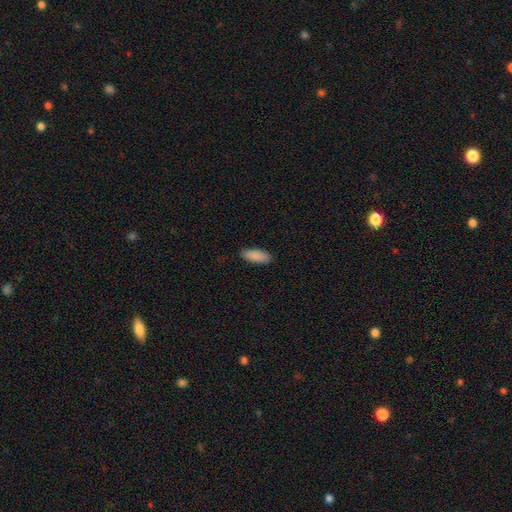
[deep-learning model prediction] Smooth or featured? Predicted: smooth (p=0.90). How rounded? Predicted: in between (p=0.74). Merging? Predicted: none (p=0.88).